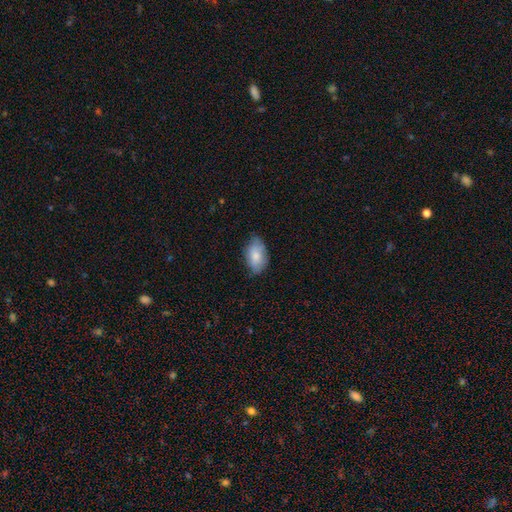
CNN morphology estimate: A smooth galaxy with no disk features (79%) that is in between round and cigar-shaped (93%). Merging: none (72%).